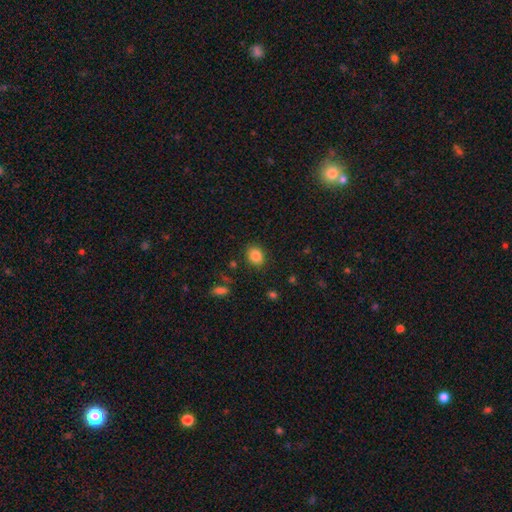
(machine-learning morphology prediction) Smooth or featured: smooth — 85% (star or artifact — 10%)
How rounded: round — 50% (in between — 49%)
Merging: none — 86% (minor disturbance — 10%)